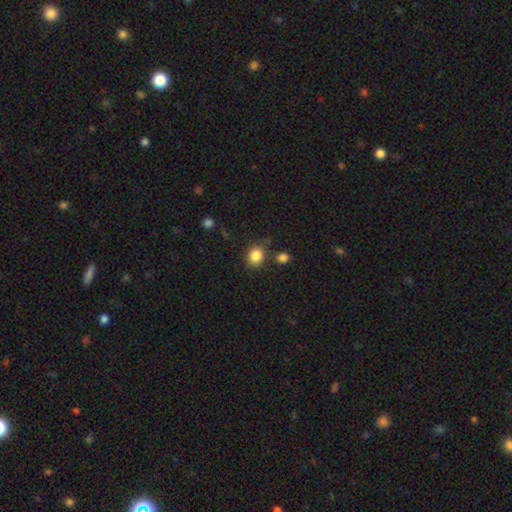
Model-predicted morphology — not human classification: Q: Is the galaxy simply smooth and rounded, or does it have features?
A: smooth — 86%.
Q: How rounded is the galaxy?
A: round — 61%.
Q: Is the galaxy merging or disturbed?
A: none — 76%.